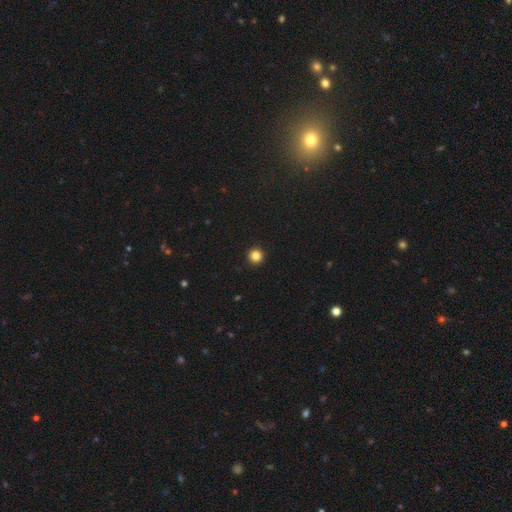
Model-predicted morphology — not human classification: type=smooth (84%); roundness=round (97%); merging=none (94%).